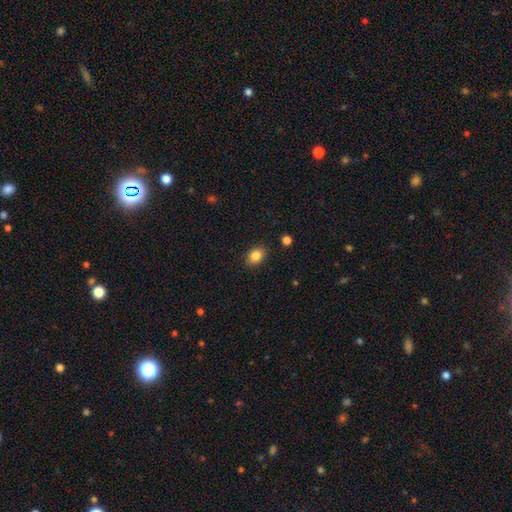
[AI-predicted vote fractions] Smooth or featured? smooth (85%)
How rounded? in between (75%)
Merging? none (87%)